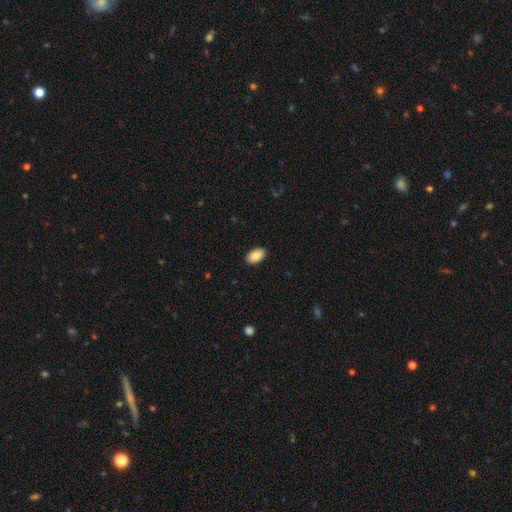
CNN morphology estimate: Smooth or featured? smooth (90%)
How rounded? in between (94%)
Merging? none (89%)